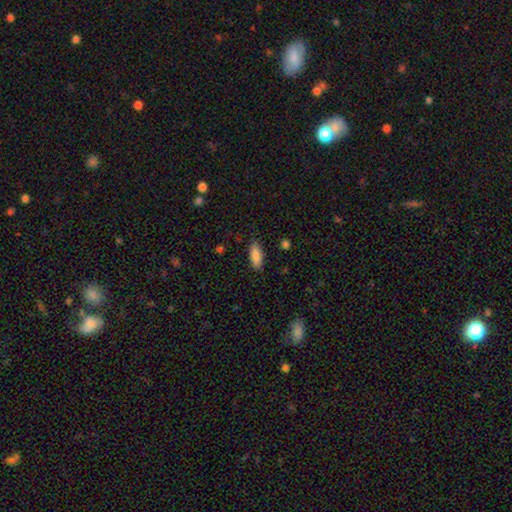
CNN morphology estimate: Q: Smooth or featured?
A: smooth (86%); runner-up: featured or disk (7%)
Q: How rounded?
A: in between (72%); runner-up: cigar-shaped (26%)
Q: Merging?
A: none (86%); runner-up: minor disturbance (11%)